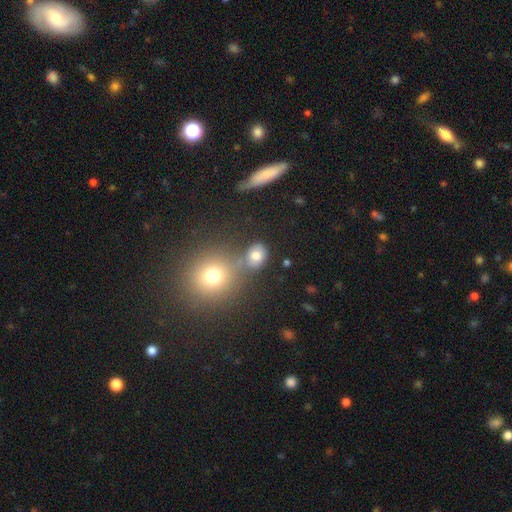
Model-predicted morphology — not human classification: The model was most divided on "how rounded": round: 65%, in between: 33%, cigar-shaped: 1%. More confident: smooth or featured — smooth (75%); merging — none (62%).